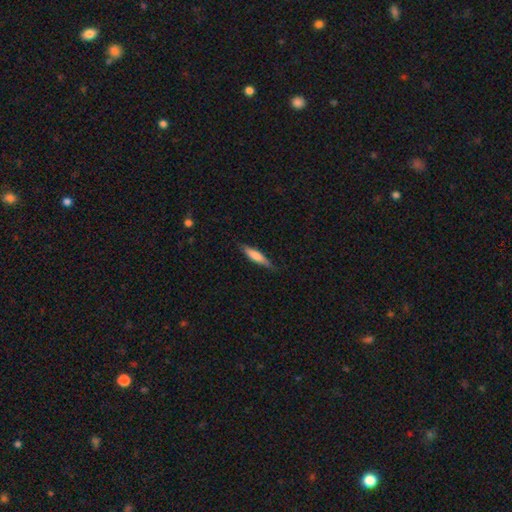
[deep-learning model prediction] A smooth galaxy with no disk features (66%) that is cigar-shaped (81%). Merging: none (82%).